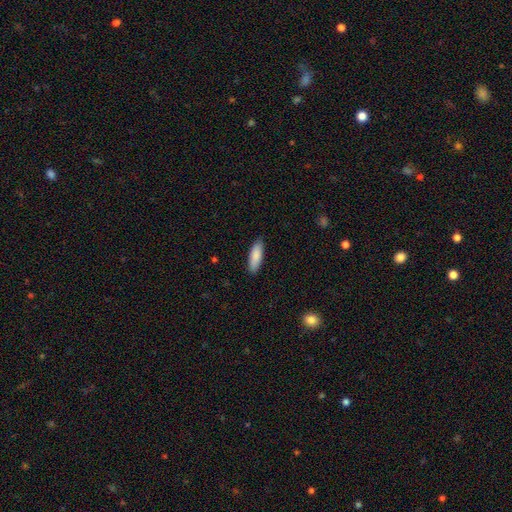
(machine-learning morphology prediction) Overall: smooth (87%). How rounded: in between (52%; cigar-shaped 46%). Merging: none (87%).